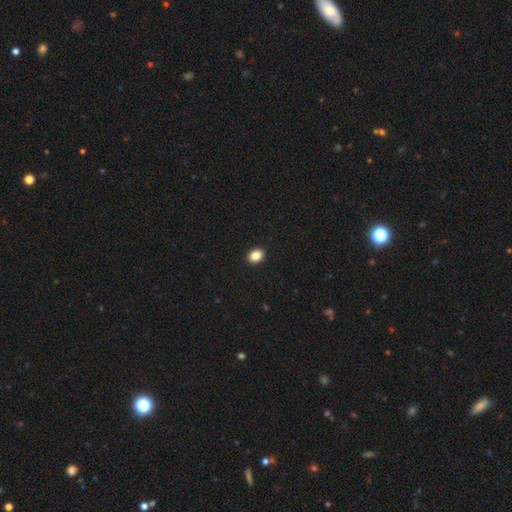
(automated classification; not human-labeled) Q: Smooth or featured?
A: smooth (85%); runner-up: star or artifact (10%)
Q: How rounded?
A: in between (63%); runner-up: round (36%)
Q: Merging?
A: none (92%); runner-up: minor disturbance (5%)